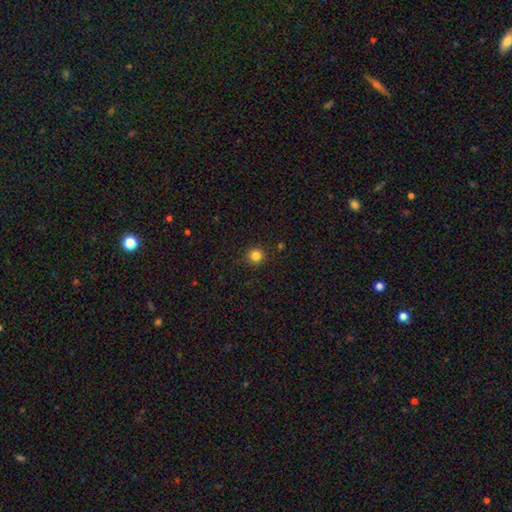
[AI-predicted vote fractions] smooth-or-featured: smooth: 83% | star or artifact: 13% | featured or disk: 4%
  how-rounded: round: 94% | in between: 5% | cigar-shaped: 1%
  merging: none: 91% | minor disturbance: 6% | major disturbance: 2% | merger: 1%